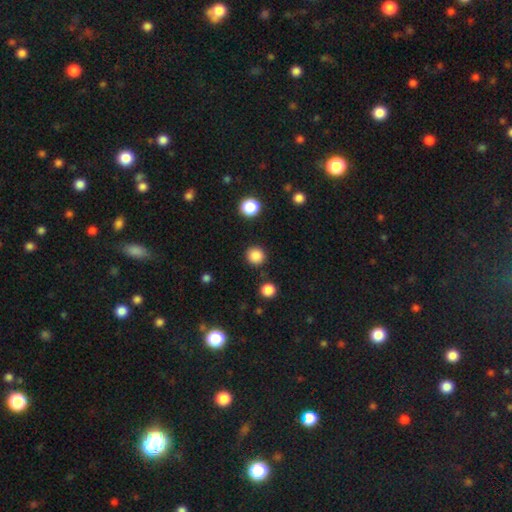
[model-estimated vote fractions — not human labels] smooth_or_featured: smooth (p=0.86) [alt: star or artifact p=0.11]
how_rounded: round (p=0.93) [alt: in between p=0.06]
merging: none (p=0.89) [alt: minor disturbance p=0.06]